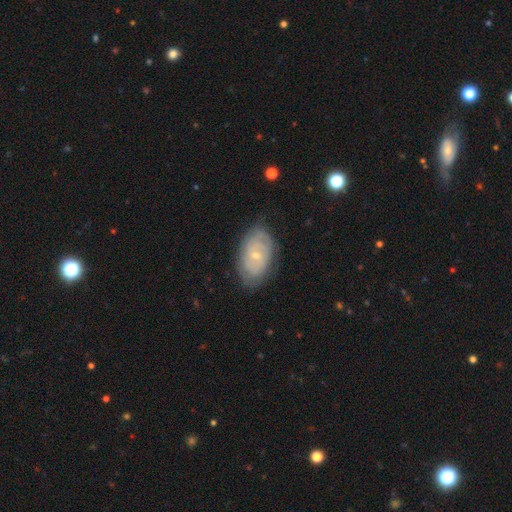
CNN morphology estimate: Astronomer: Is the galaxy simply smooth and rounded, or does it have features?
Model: featured or disk — 67%.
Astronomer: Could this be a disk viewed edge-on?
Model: no — 95%.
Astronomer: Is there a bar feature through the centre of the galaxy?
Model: no — 63%.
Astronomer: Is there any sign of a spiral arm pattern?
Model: yes — 76%.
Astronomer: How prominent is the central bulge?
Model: small — 73%.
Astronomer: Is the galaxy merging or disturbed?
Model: none — 77%.